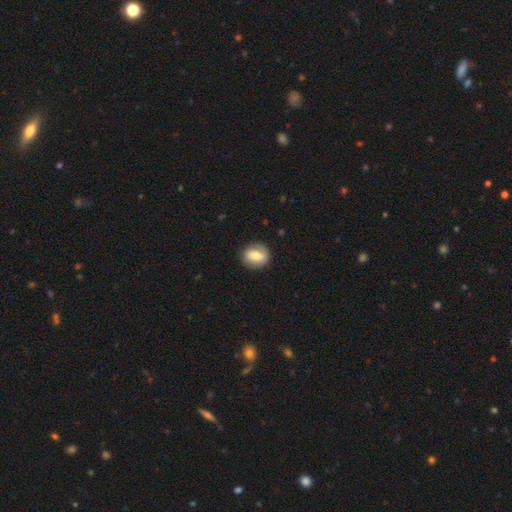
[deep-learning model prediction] Smooth or featured? smooth (71%)
How rounded? round (64%)
Merging? none (84%)